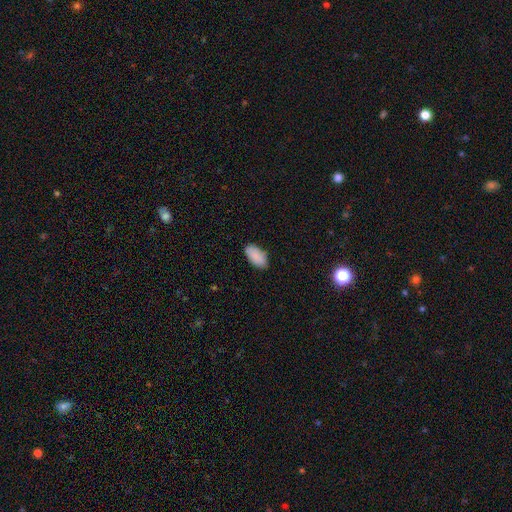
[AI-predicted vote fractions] smooth_or_featured: smooth (p=0.90) [alt: star or artifact p=0.06]
how_rounded: in between (p=0.94) [alt: cigar-shaped p=0.04]
merging: none (p=0.85) [alt: minor disturbance p=0.12]